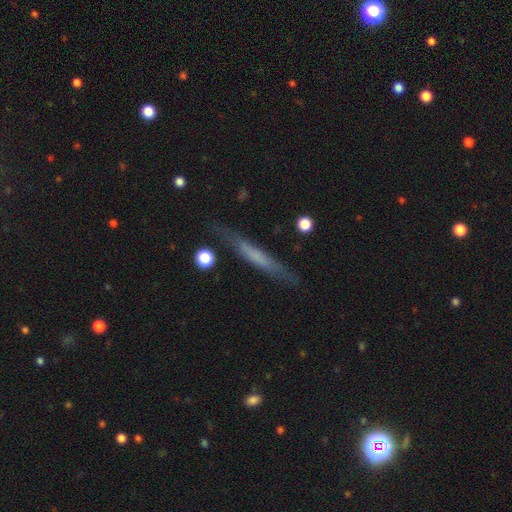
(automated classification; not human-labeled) smooth_or_featured: smooth (p=0.49) [alt: featured or disk p=0.44]
merging: none (p=0.80) [alt: minor disturbance p=0.14]